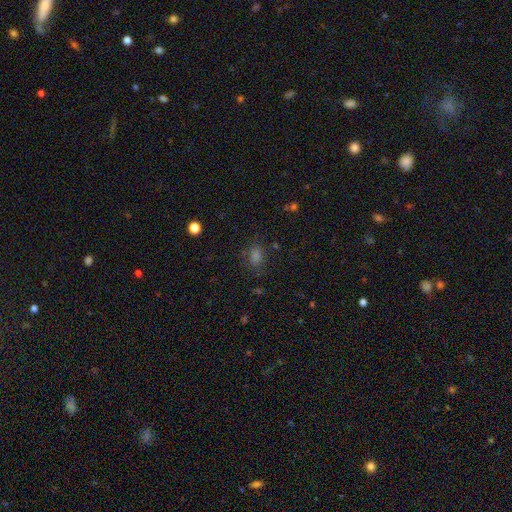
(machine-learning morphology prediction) Smooth or featured? smooth (66%)
How rounded? in between (71%)
Merging? none (78%)